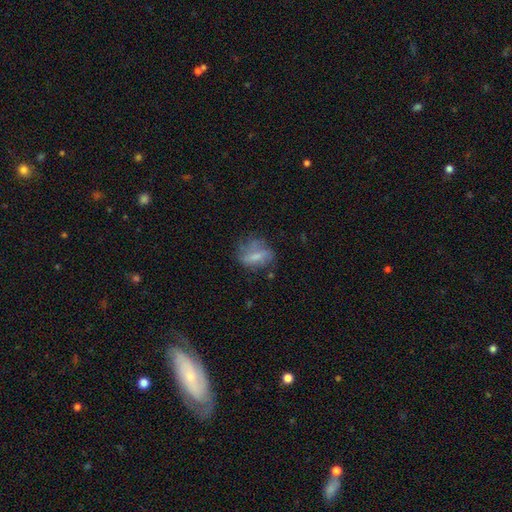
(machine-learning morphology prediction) Smooth or featured? smooth (51%)
How rounded? in between (62%)
Merging? none (50%)